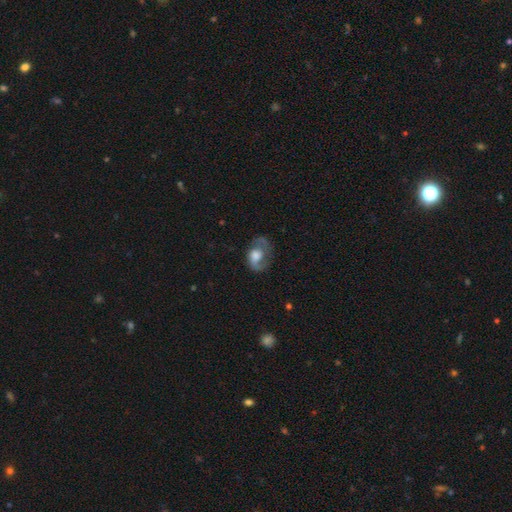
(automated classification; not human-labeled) This is likely a featured or disk galaxy (63%). It is clearly not viewed edge-on (96%). Bar: likely no (73%). Spiral arm pattern: likely yes (75%). Central bulge: possibly large (53%). Merging: possibly none (52%).